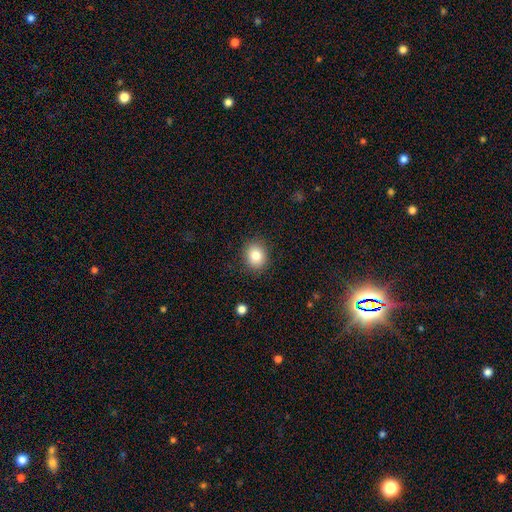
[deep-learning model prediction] smooth-or-featured: smooth: 82% | star or artifact: 10% | featured or disk: 8%
  how-rounded: round: 70% | in between: 29% | cigar-shaped: 1%
  merging: none: 88% | minor disturbance: 8% | major disturbance: 3% | merger: 1%